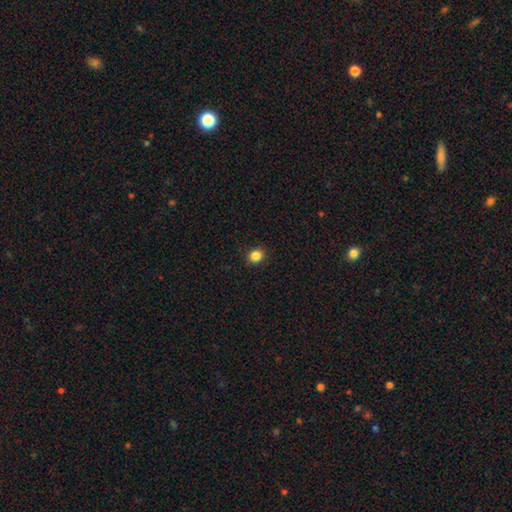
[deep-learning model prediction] Smooth or featured? smooth (85%)
How rounded? round (79%)
Merging? none (92%)